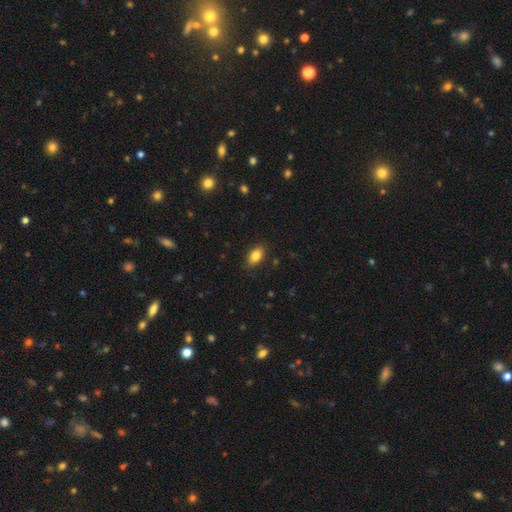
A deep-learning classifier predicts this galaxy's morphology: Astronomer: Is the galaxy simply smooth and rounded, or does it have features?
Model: smooth — 84%.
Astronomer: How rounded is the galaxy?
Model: in between — 88%.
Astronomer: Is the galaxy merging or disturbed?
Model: none — 86%.